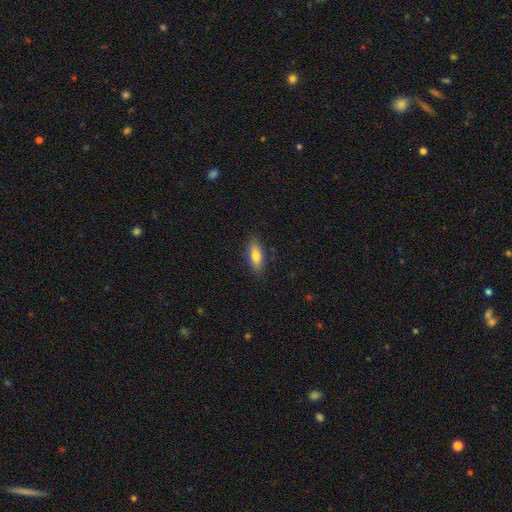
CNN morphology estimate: This is clearly a smooth galaxy (80%). How rounded: likely in between (77%). Merging: clearly none (85%).